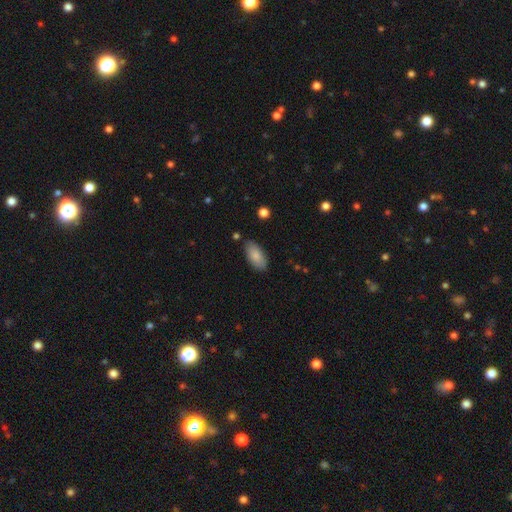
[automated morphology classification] type=smooth (85%); roundness=in between (92%); merging=none (82%).